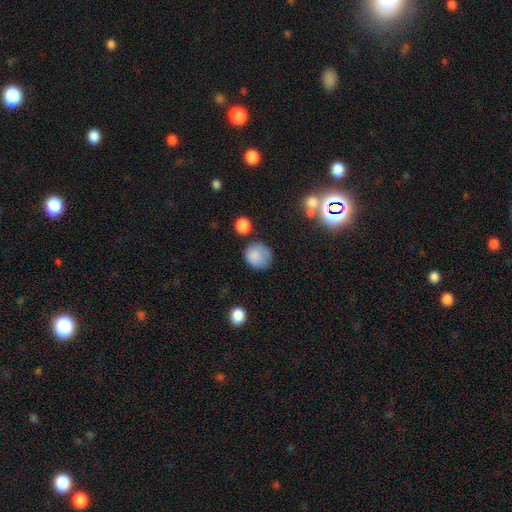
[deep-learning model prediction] Smooth or featured? Predicted: smooth (p=0.83). How rounded? Predicted: round (p=0.84). Merging? Predicted: none (p=0.65).